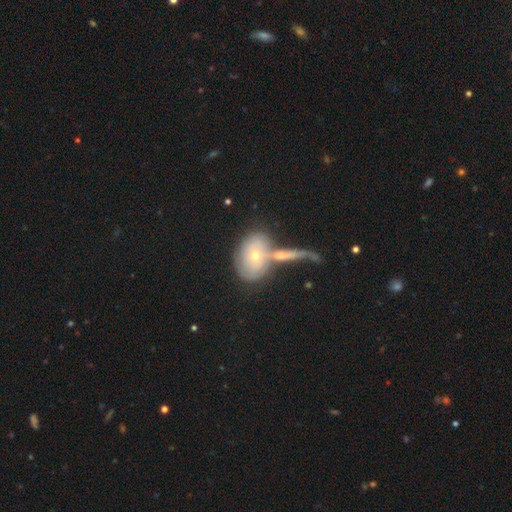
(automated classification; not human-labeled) A featured or disk galaxy (52%). Merging: merger (40%).